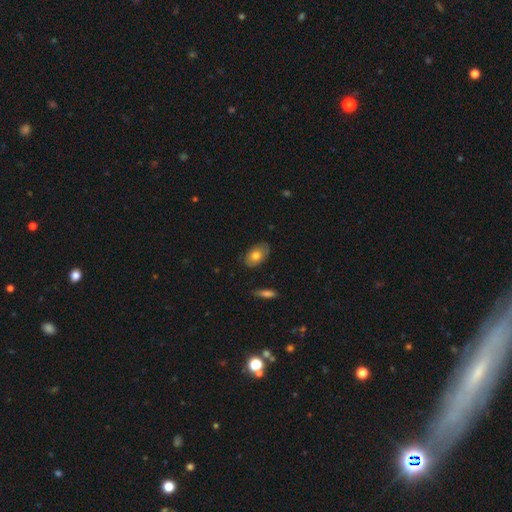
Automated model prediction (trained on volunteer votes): This is likely a smooth galaxy (70%). How rounded: clearly in between (89%). Merging: likely none (78%).